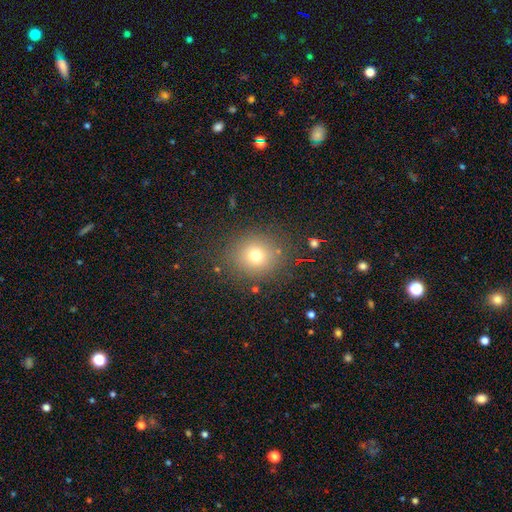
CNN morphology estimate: smooth 72%, star or artifact 18%, featured or disk 10%. Down the decision tree: how rounded — round (81%); merging — none (85%).